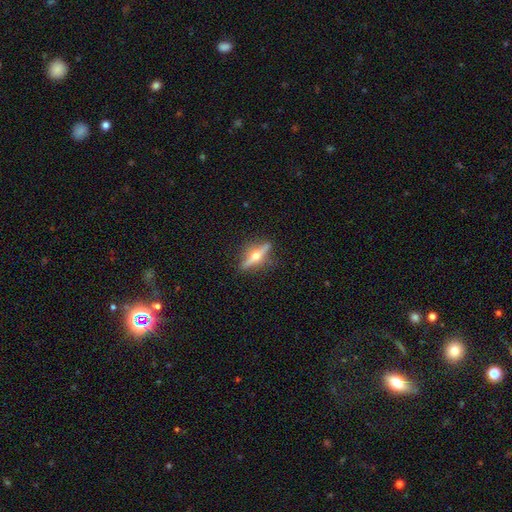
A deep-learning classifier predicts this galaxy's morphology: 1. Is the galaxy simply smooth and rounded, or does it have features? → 75% featured or disk, 18% smooth, 7% star or artifact.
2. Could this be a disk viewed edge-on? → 95% yes, 5% no.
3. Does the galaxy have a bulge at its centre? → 96% rounded, 2% boxy, 2% none.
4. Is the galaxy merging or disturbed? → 85% none, 10% minor disturbance, 3% major disturbance, 1% merger.